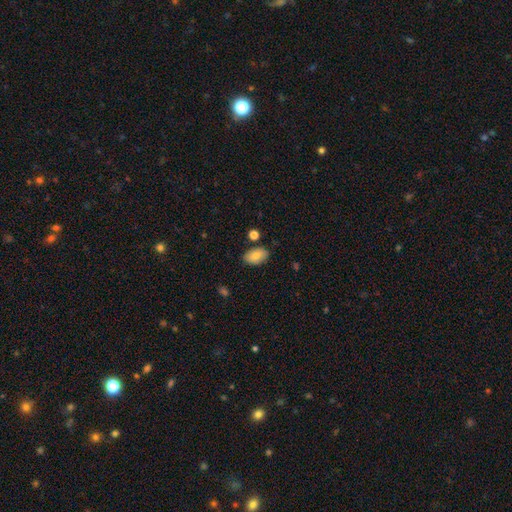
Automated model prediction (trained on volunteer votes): Smooth or featured: smooth — 81% (featured or disk — 12%)
How rounded: in between — 91% (round — 7%)
Merging: none — 82% (minor disturbance — 12%)